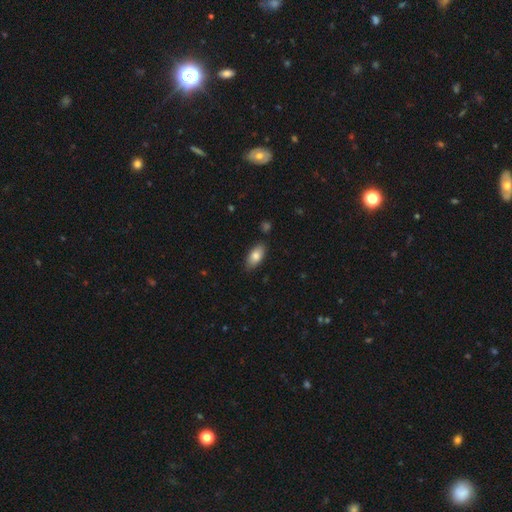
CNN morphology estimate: Q: Smooth or featured?
A: smooth (81%); runner-up: featured or disk (12%)
Q: How rounded?
A: in between (91%); runner-up: cigar-shaped (6%)
Q: Merging?
A: none (84%); runner-up: minor disturbance (12%)